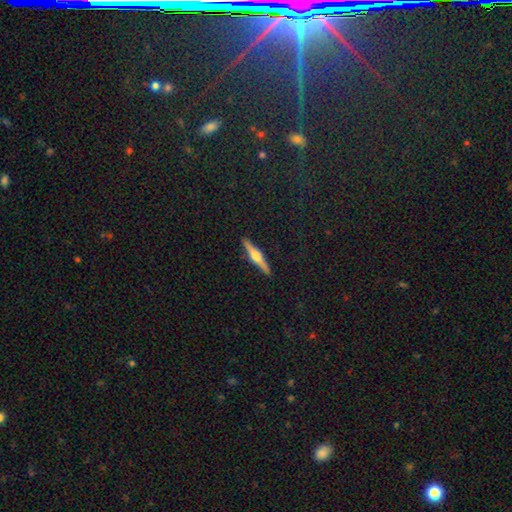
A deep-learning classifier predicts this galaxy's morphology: Smooth or featured?
  - featured or disk: 71% *
  - smooth: 23%
  - star or artifact: 6%
Edge-on disk?
  - yes: 98% *
  - no: 2%
Edge-on bulge?
  - rounded: 93% *
  - boxy: 4%
  - none: 3%
Merging?
  - none: 92% *
  - minor disturbance: 6%
  - major disturbance: 1%
  - merger: 1%